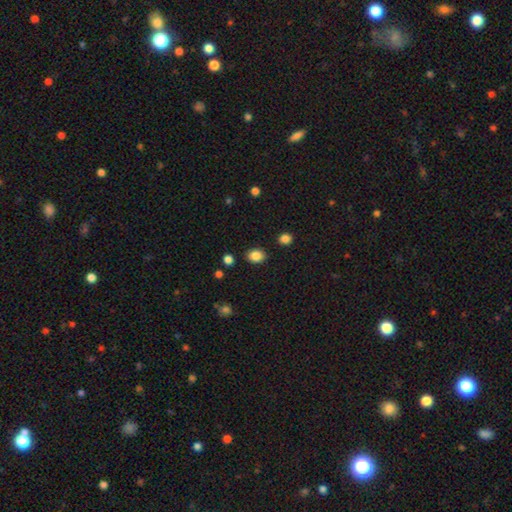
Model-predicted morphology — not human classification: Smooth or featured? Predicted: smooth (p=0.86). How rounded? Predicted: in between (p=0.61). Merging? Predicted: none (p=0.86).